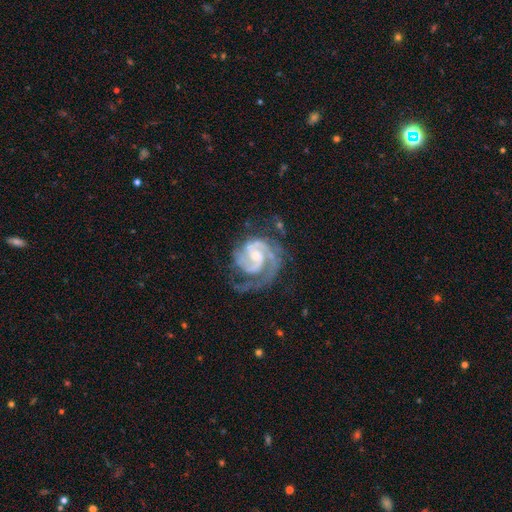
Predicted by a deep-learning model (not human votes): Smooth or featured? Predicted: featured or disk (p=0.92). Edge-on disk? Predicted: no (p=0.98). Bar? Predicted: no (p=0.52). Spiral arms? Predicted: yes (p=0.98). Spiral winding? Predicted: tight (p=0.53). Spiral arm count? Predicted: 2 (p=0.63). Bulge size? Predicted: small (p=0.49). Merging? Predicted: none (p=0.58).